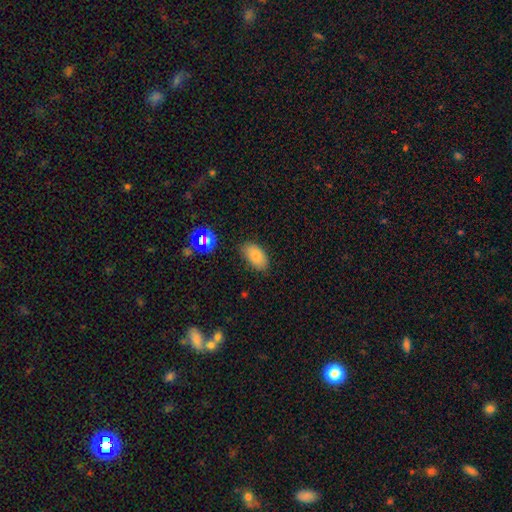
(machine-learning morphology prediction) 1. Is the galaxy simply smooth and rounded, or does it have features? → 78% smooth, 12% star or artifact, 10% featured or disk.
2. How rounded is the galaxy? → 92% in between, 6% round, 2% cigar-shaped.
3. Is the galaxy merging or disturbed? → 80% none, 14% minor disturbance, 3% major disturbance, 2% merger.